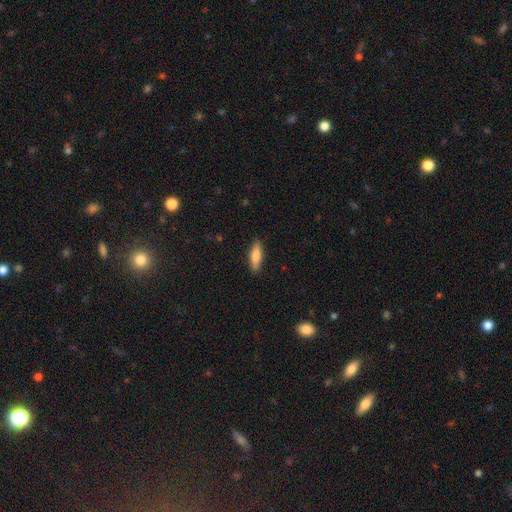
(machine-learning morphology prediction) Smooth or featured?
  - smooth: 75% *
  - featured or disk: 19%
  - star or artifact: 6%
How rounded?
  - cigar-shaped: 56% *
  - in between: 42%
  - round: 2%
Merging?
  - none: 88% *
  - minor disturbance: 9%
  - major disturbance: 2%
  - merger: 1%